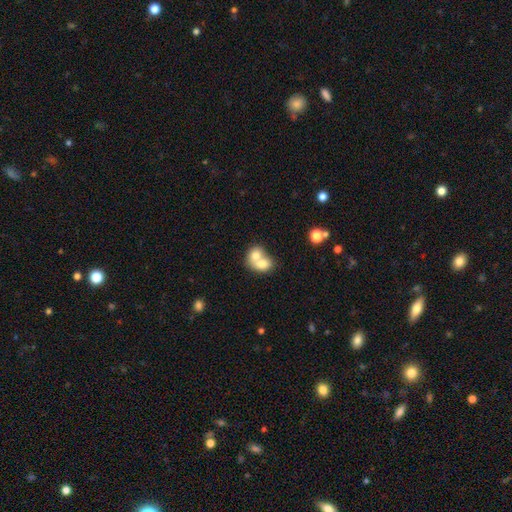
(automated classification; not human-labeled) Smooth or featured?
  - smooth: 72% *
  - featured or disk: 20%
  - star or artifact: 8%
How rounded?
  - in between: 55% *
  - round: 44%
  - cigar-shaped: 1%
Merging?
  - merger: 77% *
  - none: 15%
  - minor disturbance: 5%
  - major disturbance: 3%